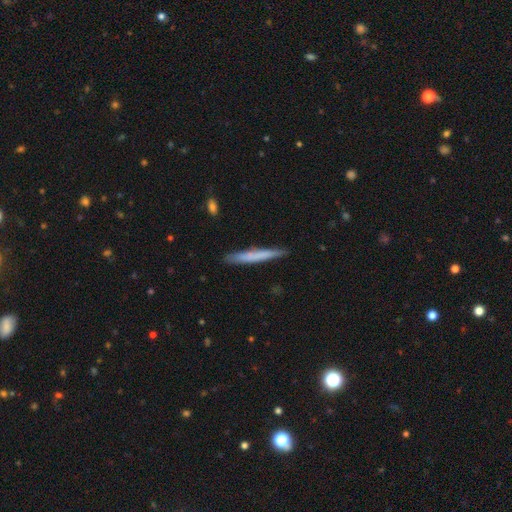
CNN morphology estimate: Q: Smooth or featured?
A: smooth (63%); runner-up: featured or disk (32%)
Q: How rounded?
A: cigar-shaped (96%); runner-up: in between (3%)
Q: Merging?
A: none (86%); runner-up: minor disturbance (11%)